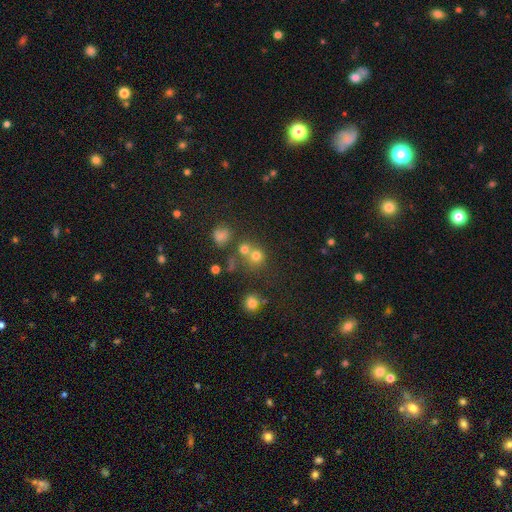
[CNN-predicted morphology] Overall: smooth (69%). How rounded: round (86%). Merging: none (52%; merger 35%).